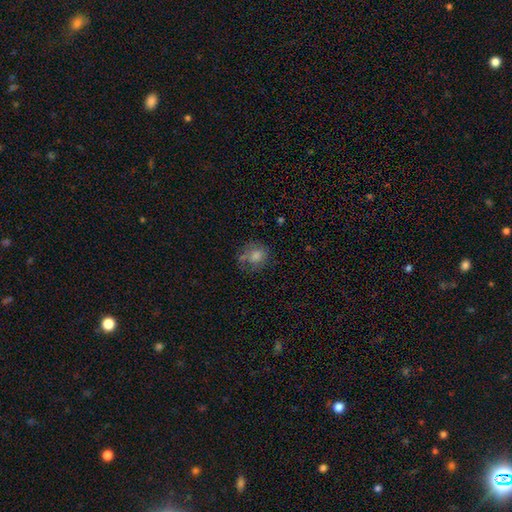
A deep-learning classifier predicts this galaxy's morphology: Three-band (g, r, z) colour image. It shows a smooth galaxy with no disk features (63%) that is round (70%). Merging: none (58%).